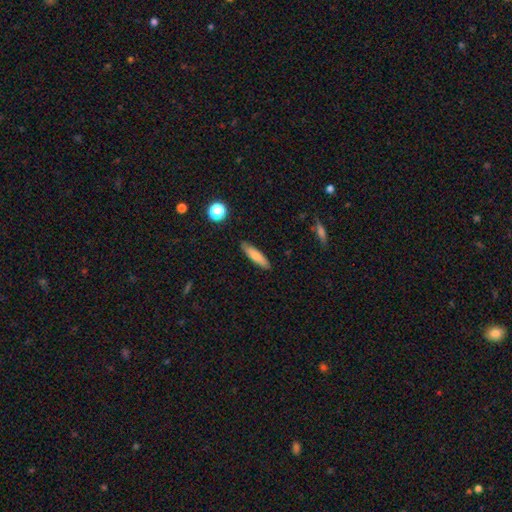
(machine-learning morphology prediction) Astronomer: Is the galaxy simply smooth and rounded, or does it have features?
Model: smooth — 74%.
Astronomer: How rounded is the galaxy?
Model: cigar-shaped — 74%.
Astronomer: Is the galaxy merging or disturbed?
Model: none — 86%.